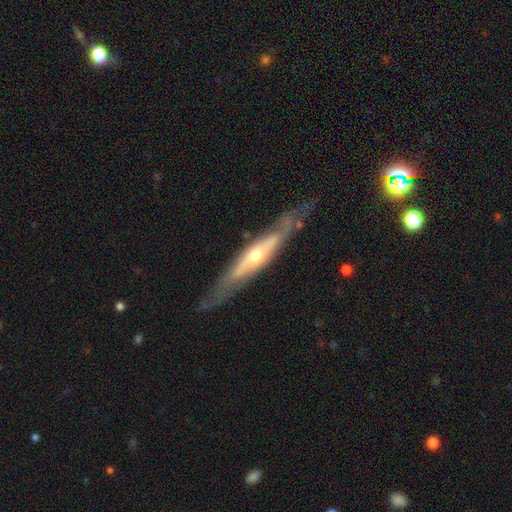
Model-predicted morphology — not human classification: This appears to be a featured or disk galaxy (74%) viewed edge-on (60%). Merging: none (73%).